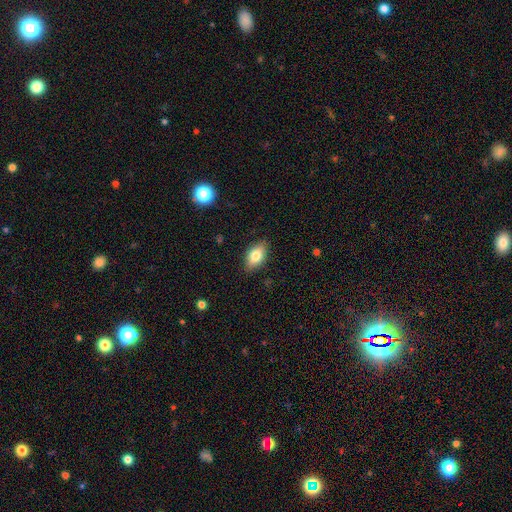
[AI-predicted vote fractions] This is likely a smooth galaxy (77%). How rounded: clearly in between (88%). Merging: clearly none (86%).